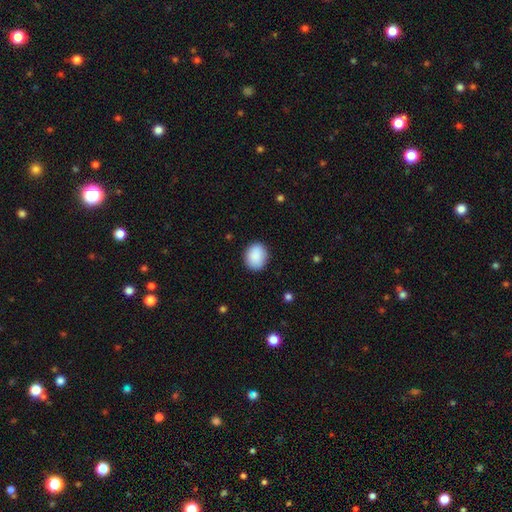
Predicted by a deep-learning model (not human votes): Smooth or featured? Predicted: smooth (p=0.89). How rounded? Predicted: round (p=0.56). Merging? Predicted: none (p=0.87).